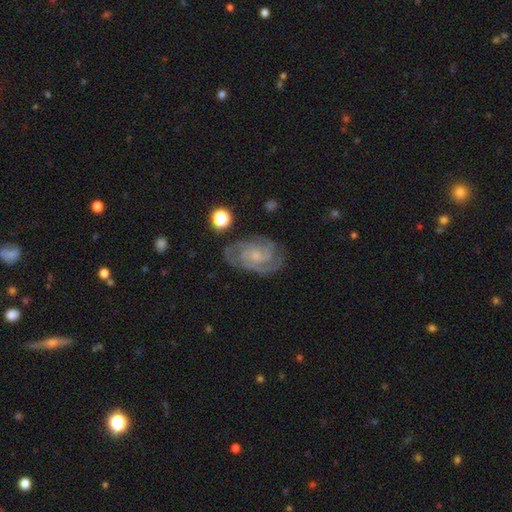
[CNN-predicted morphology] Smooth or featured? featured or disk (88%)
Edge-on disk? no (98%)
Bar? no (64%)
Spiral arms? yes (98%)
Spiral winding? tight (60%)
Spiral arm count? 2 (43%)
Bulge size? small (70%)
Merging? none (76%)